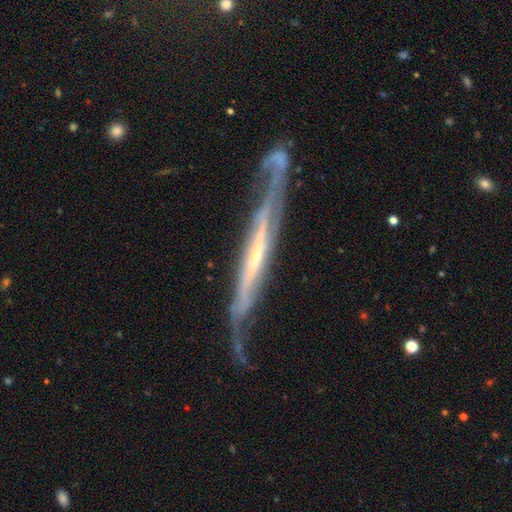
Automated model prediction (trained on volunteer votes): Q: Smooth or featured?
A: featured or disk (84%); runner-up: smooth (11%)
Q: Edge-on disk?
A: yes (66%); runner-up: no (34%)
Q: Edge-on bulge?
A: none (63%); runner-up: rounded (28%)
Q: Merging?
A: none (47%); runner-up: major disturbance (23%)